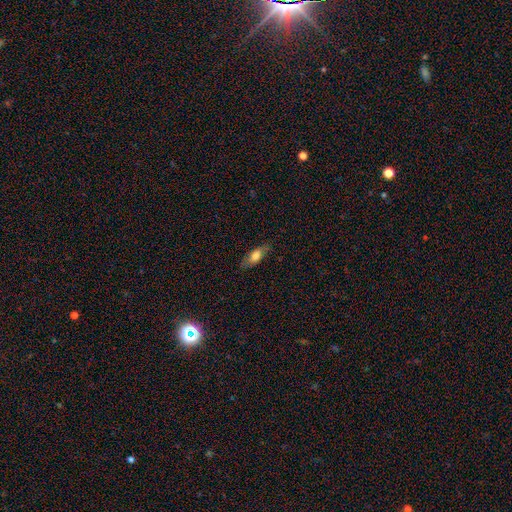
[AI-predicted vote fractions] A smooth galaxy with no disk features (68%) that is in between round and cigar-shaped (70%). Merging: none (80%).